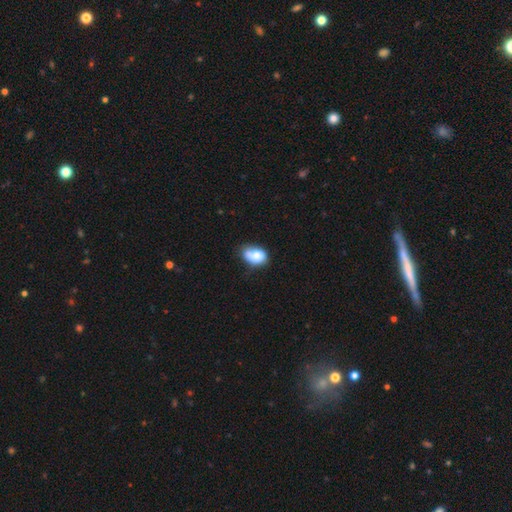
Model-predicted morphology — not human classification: Smooth or featured: smooth — 81% (featured or disk — 11%)
How rounded: in between — 83% (round — 15%)
Merging: none — 47% (minor disturbance — 36%)